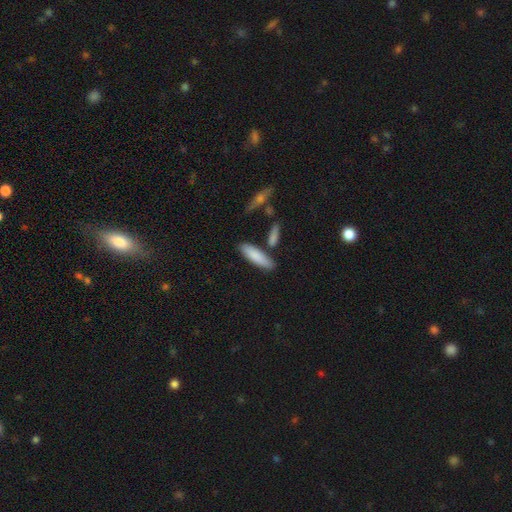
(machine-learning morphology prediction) Smooth or featured? Predicted: smooth (p=0.84). How rounded? Predicted: cigar-shaped (p=0.56). Merging? Predicted: none (p=0.77).